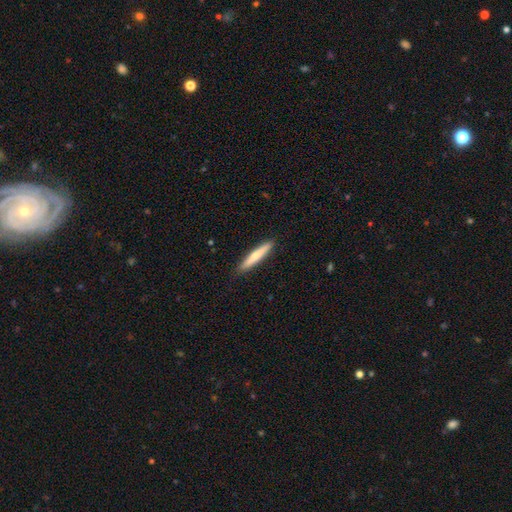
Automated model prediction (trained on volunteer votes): Smooth or featured: smooth — 61% (featured or disk — 34%)
How rounded: cigar-shaped — 93% (in between — 5%)
Merging: none — 91% (minor disturbance — 7%)